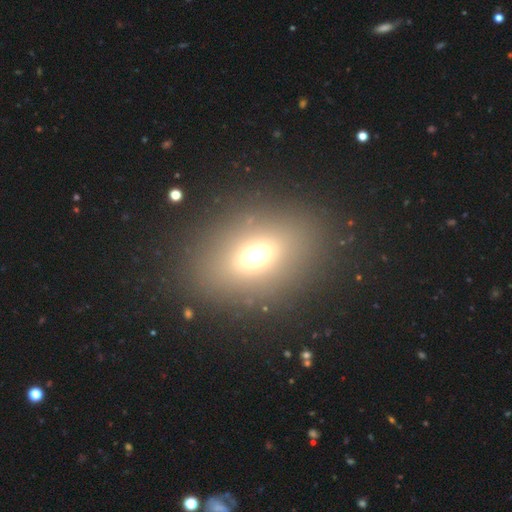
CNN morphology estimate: This appears to be a smooth galaxy with no disk features (64%) that is in between round and cigar-shaped (69%). Merging: none (84%).